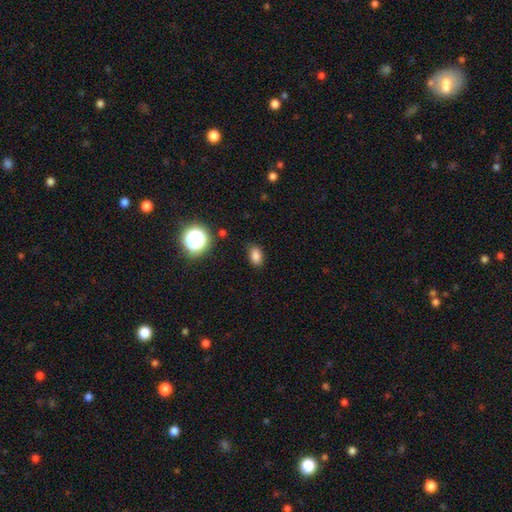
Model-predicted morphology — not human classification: Smooth or featured? Predicted: smooth (p=0.81). How rounded? Predicted: in between (p=0.82). Merging? Predicted: none (p=0.84).